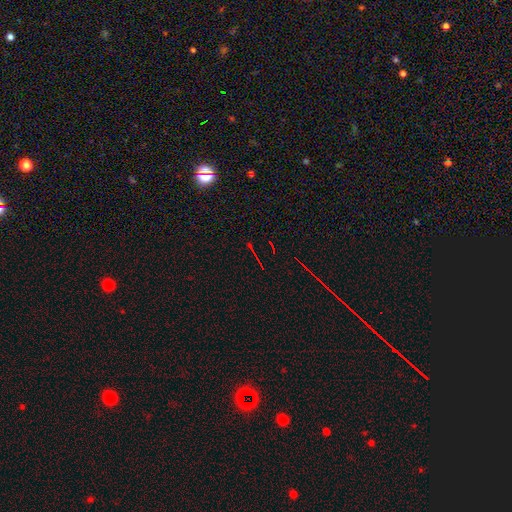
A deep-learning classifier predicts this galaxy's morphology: This appears to be a star or artifact, not a galaxy (75%).